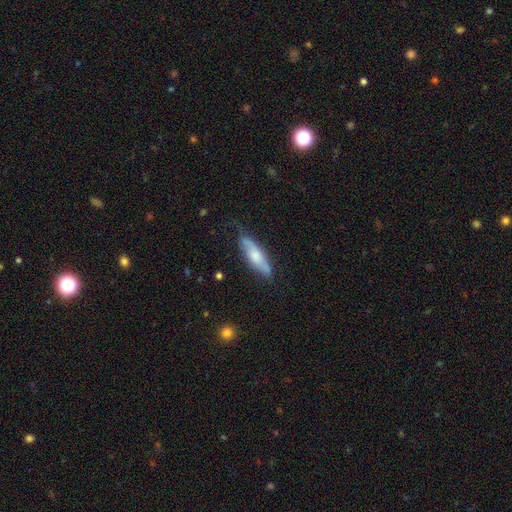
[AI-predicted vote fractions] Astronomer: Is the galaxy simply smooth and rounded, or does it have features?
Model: smooth — 58% (runner-up: featured or disk, 36%).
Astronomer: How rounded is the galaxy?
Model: cigar-shaped — 58% (runner-up: in between, 41%).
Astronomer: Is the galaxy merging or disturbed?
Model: none — 67%.